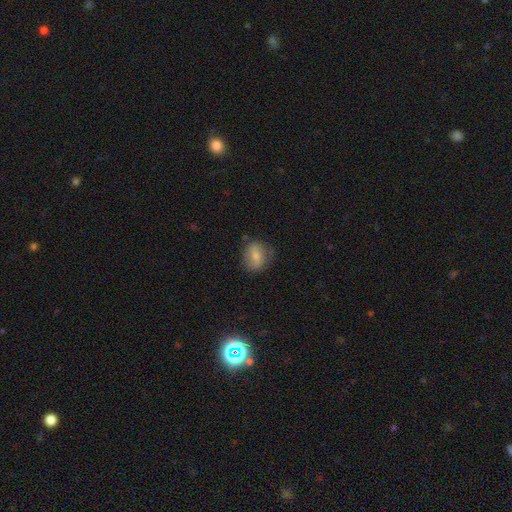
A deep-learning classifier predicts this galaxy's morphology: smooth 67%, featured or disk 25%, star or artifact 8%. Down the decision tree: how rounded — in between (51%); merging — none (69%).